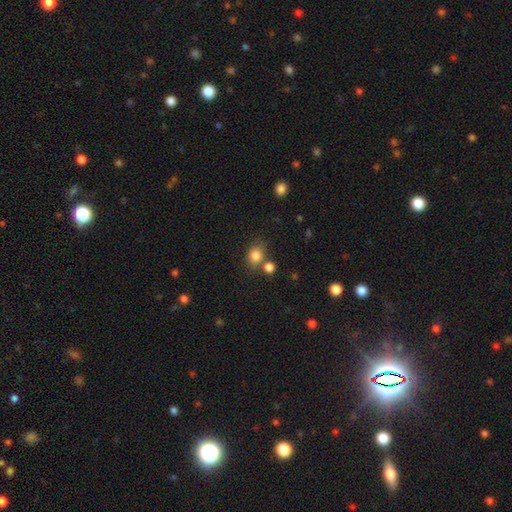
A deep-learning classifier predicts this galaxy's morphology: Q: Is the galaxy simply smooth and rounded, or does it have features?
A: smooth — 82%.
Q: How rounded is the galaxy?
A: round — 51%.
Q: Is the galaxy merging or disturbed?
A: none — 64%.